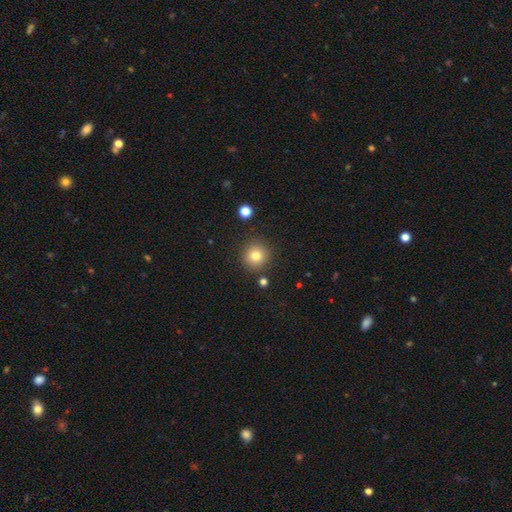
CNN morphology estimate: This is likely a smooth galaxy (80%). How rounded: clearly round (94%). Merging: clearly none (88%).